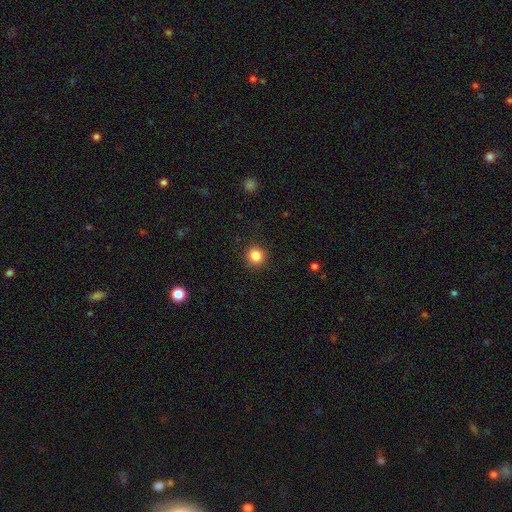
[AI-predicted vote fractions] The model was most divided on "smooth or featured": smooth: 85%, star or artifact: 11%, featured or disk: 4%. More confident: how rounded — round (94%); merging — none (91%).